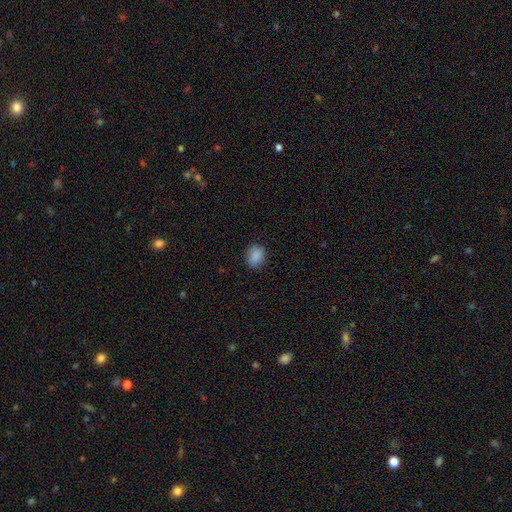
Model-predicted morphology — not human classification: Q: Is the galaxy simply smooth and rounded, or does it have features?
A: smooth — 88%.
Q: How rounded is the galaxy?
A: in between — 56%.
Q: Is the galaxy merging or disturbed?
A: none — 86%.